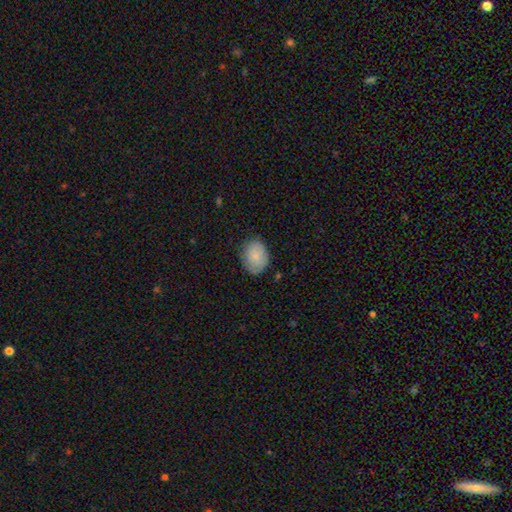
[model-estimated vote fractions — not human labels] This is clearly a smooth galaxy (84%). How rounded: likely in between (60%). Merging: likely none (76%).